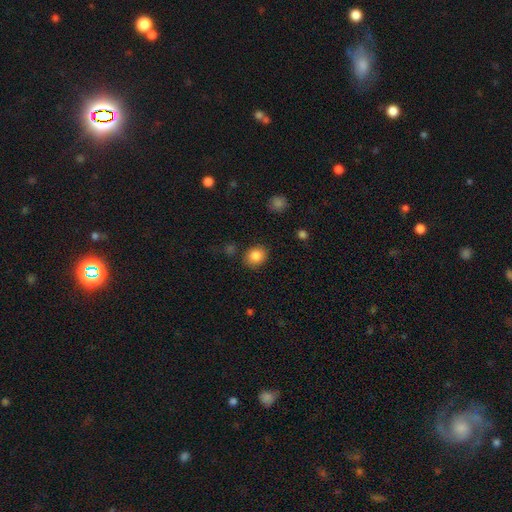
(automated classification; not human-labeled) A smooth galaxy with no disk features (85%) that is round (64%). Merging: none (85%).